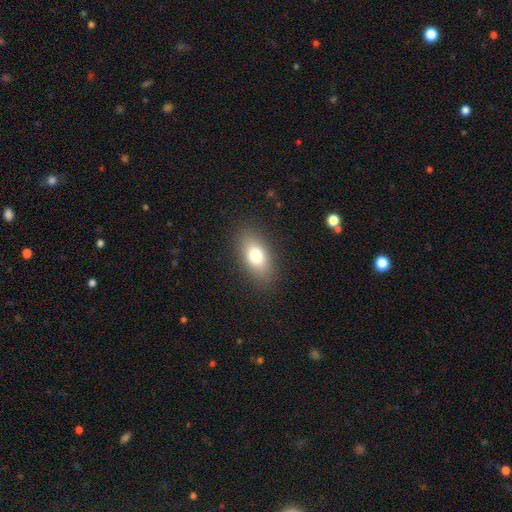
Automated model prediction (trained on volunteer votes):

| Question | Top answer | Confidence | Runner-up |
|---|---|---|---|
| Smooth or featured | smooth | 77% | featured or disk (14%) |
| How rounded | in between | 87% | round (7%) |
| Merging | none | 86% | minor disturbance (9%) |